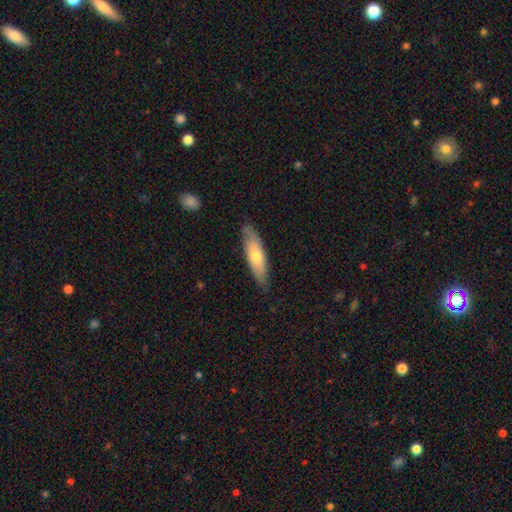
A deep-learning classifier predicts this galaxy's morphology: smooth_or_featured: smooth (p=0.64) [alt: featured or disk p=0.31]
how_rounded: cigar-shaped (p=0.59) [alt: in between p=0.40]
merging: none (p=0.82) [alt: minor disturbance p=0.15]